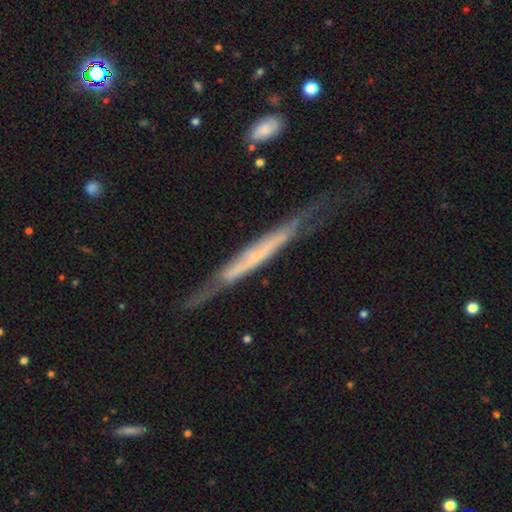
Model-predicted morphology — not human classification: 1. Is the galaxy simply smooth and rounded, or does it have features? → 72% featured or disk, 21% smooth, 7% star or artifact.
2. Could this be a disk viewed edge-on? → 86% yes, 14% no.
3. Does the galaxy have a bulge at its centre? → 72% none, 18% rounded, 10% boxy.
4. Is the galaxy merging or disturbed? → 64% none, 24% minor disturbance, 9% major disturbance, 3% merger.